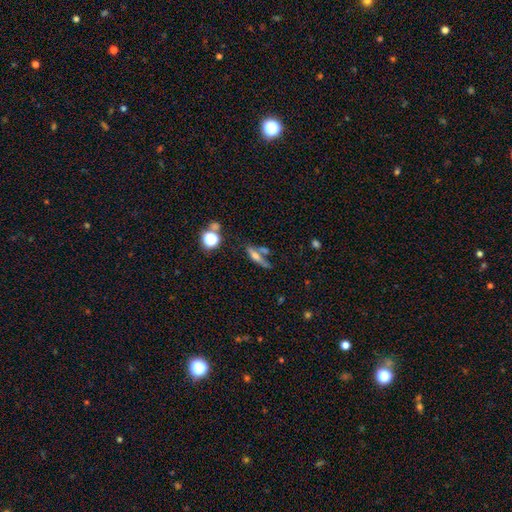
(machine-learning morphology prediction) A smooth galaxy with no disk features (47%).

Vote fractions:
- Smooth or featured? smooth: 47% / featured or disk: 39% / star or artifact: 14%
- Merging? none: 52% / merger: 23% / minor disturbance: 16% / major disturbance: 9%